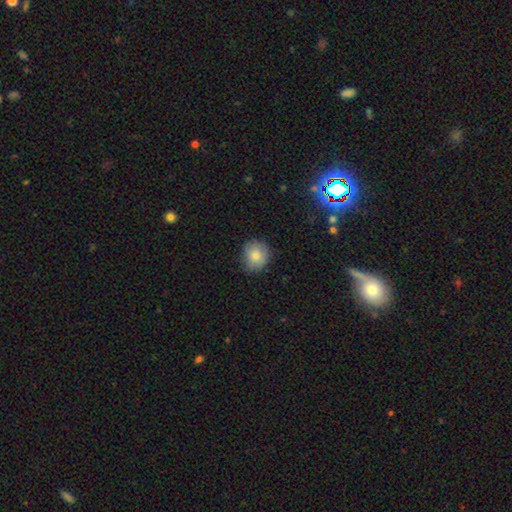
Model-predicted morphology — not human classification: type=smooth (82%); roundness=round (84%); merging=none (77%).